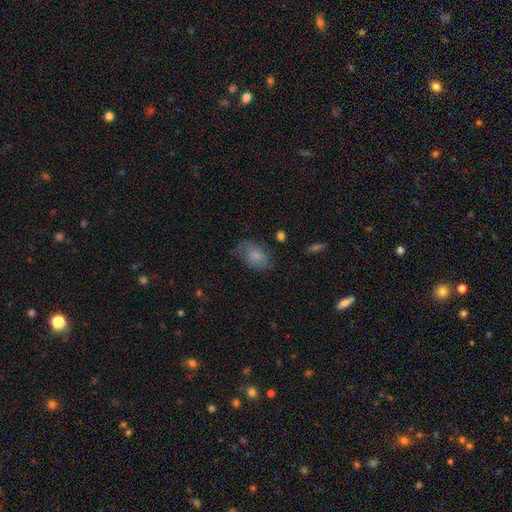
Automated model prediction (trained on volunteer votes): Morphology: type=smooth (77%); roundness=in between (89%); merging=none (59%).